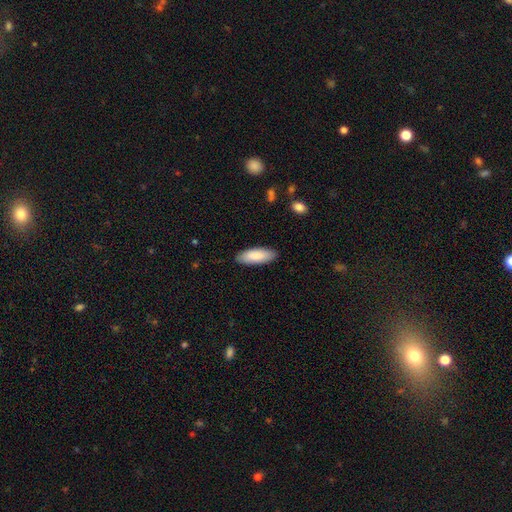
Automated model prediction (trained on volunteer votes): Morphology: type=smooth (87%); roundness=in between (70%); merging=none (89%).